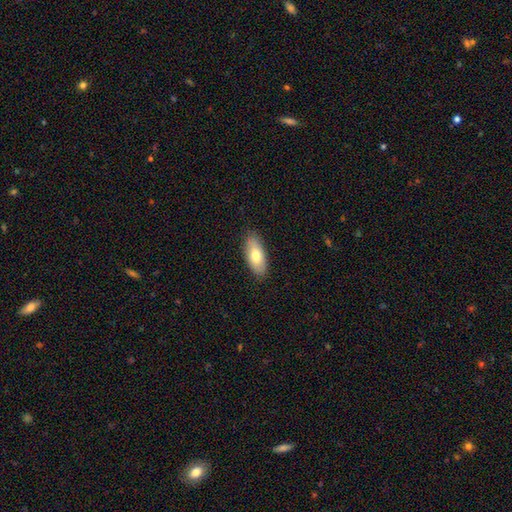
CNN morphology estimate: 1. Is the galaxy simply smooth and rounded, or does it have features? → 74% smooth, 20% featured or disk, 6% star or artifact.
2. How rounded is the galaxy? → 86% in between, 11% cigar-shaped, 3% round.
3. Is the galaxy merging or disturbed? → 86% none, 10% minor disturbance, 2% major disturbance, 1% merger.